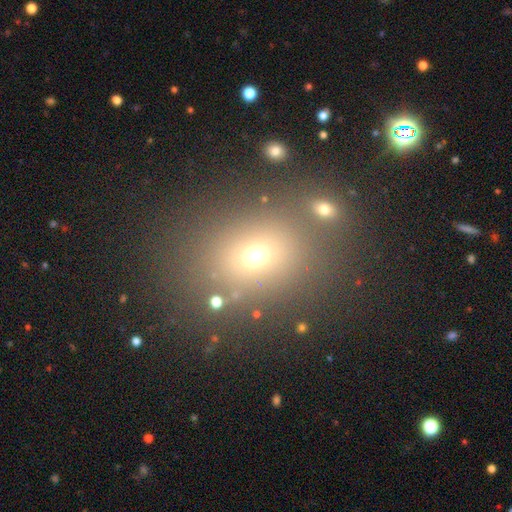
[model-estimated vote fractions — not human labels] This is likely a smooth galaxy (62%). How rounded: possibly round (51%). Merging: likely none (76%).